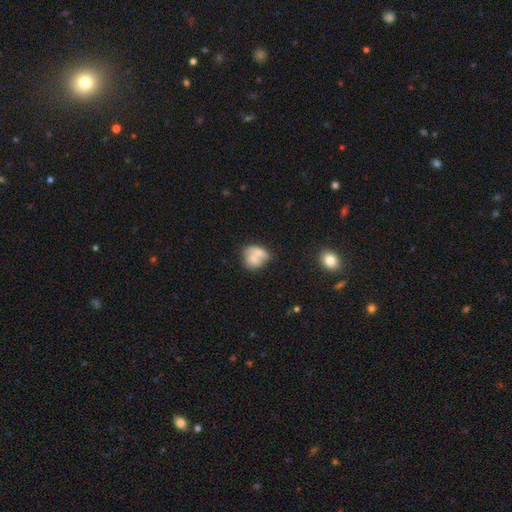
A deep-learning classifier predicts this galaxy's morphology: Overall: smooth (66%). How rounded: round (52%; in between 46%). Merging: merger (55%; none 28%).